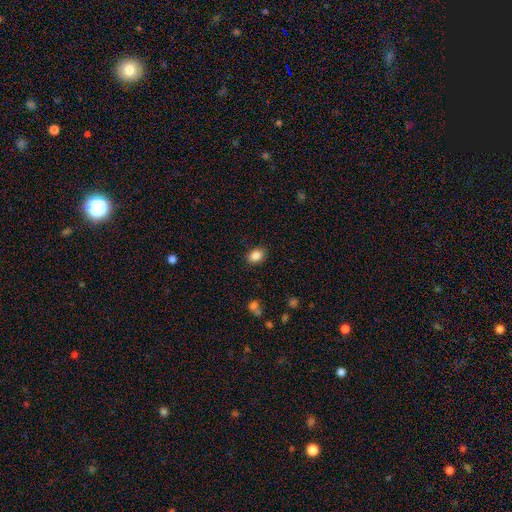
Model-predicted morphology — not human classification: A smooth galaxy with no disk features (87%) that is in between round and cigar-shaped (71%). Merging: none (87%).